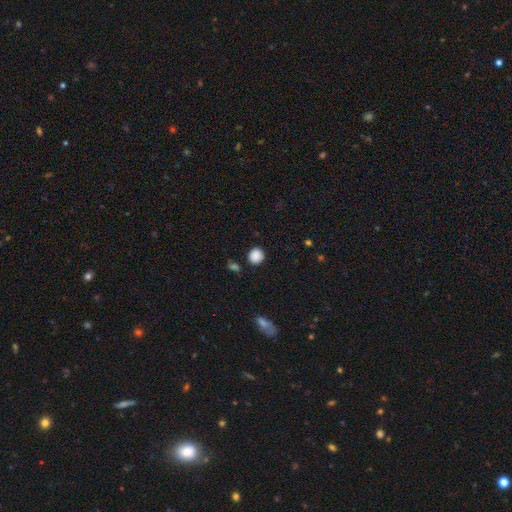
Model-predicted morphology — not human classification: smooth-or-featured: smooth: 88% | star or artifact: 9% | featured or disk: 3%
  how-rounded: round: 80% | in between: 19% | cigar-shaped: 1%
  merging: none: 84% | minor disturbance: 9% | merger: 3% | major disturbance: 3%